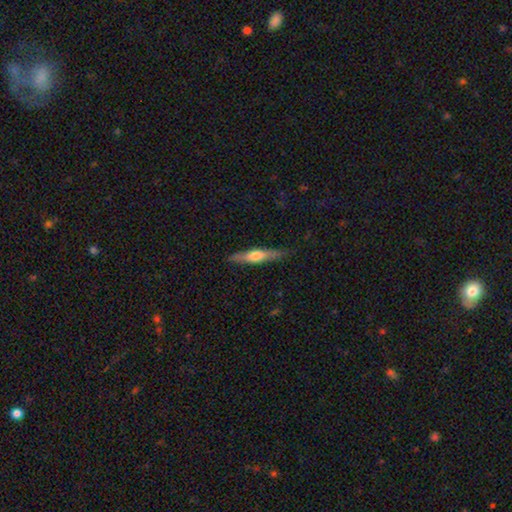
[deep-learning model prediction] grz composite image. It shows a featured or disk galaxy (48%). Merging: none (81%).